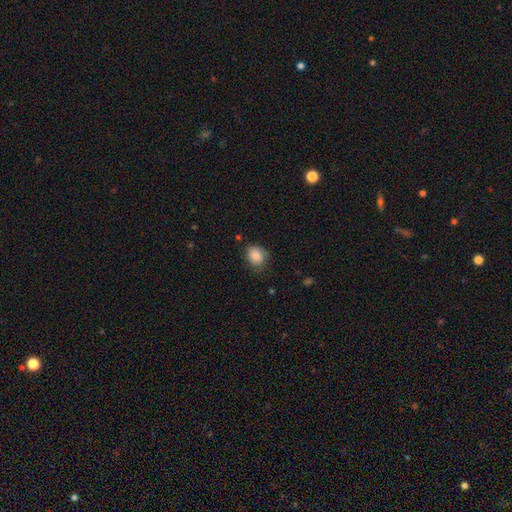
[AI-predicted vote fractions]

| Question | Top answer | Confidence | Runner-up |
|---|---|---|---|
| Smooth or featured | smooth | 84% | star or artifact (8%) |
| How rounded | round | 53% | in between (46%) |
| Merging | none | 70% | minor disturbance (23%) |